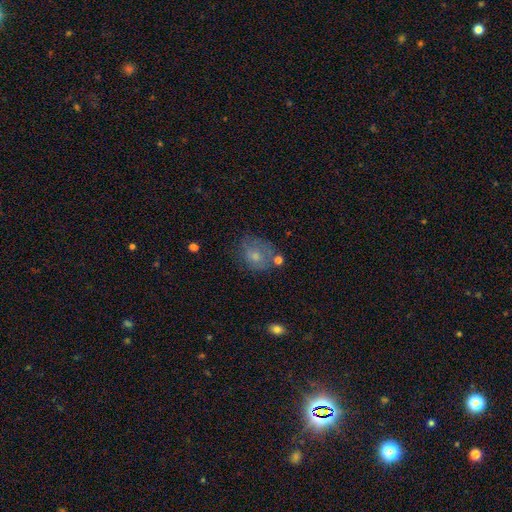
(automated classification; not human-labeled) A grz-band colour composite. It shows a smooth galaxy with no disk features (61%) that is round (53%). Merging: none (53%).